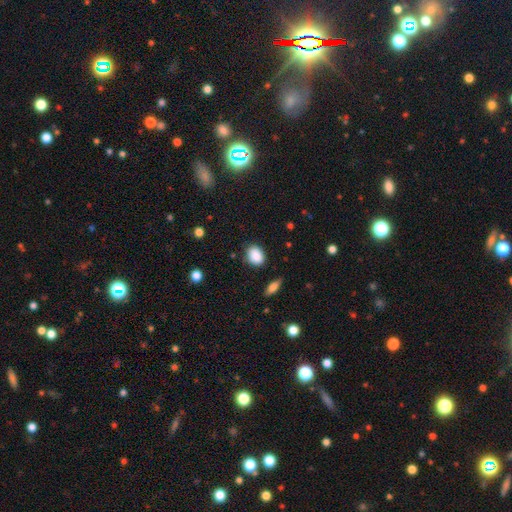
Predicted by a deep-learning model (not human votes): Smooth or featured?
  - smooth: 88% *
  - star or artifact: 8%
  - featured or disk: 4%
How rounded?
  - in between: 65% *
  - round: 34%
  - cigar-shaped: 1%
Merging?
  - none: 79% *
  - minor disturbance: 16%
  - major disturbance: 3%
  - merger: 2%